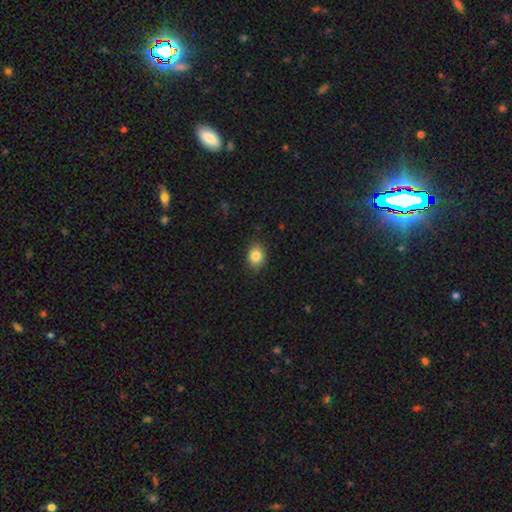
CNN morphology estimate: The model was most divided on "how rounded": in between: 56%, round: 43%, cigar-shaped: 1%. More confident: merging — none (86%); smooth or featured — smooth (85%).